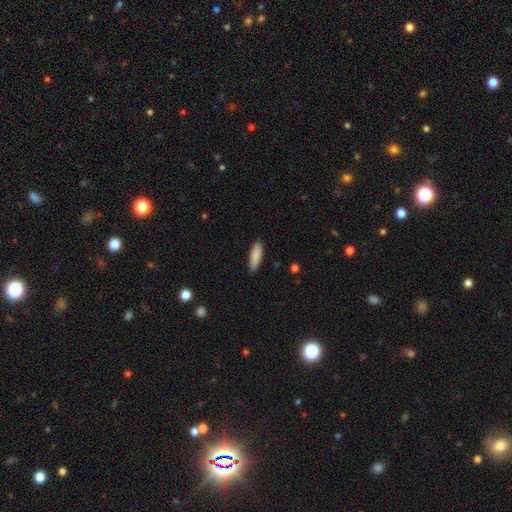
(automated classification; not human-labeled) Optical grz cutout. It shows a smooth galaxy with no disk features (87%) that is cigar-shaped (54%). Merging: none (89%).